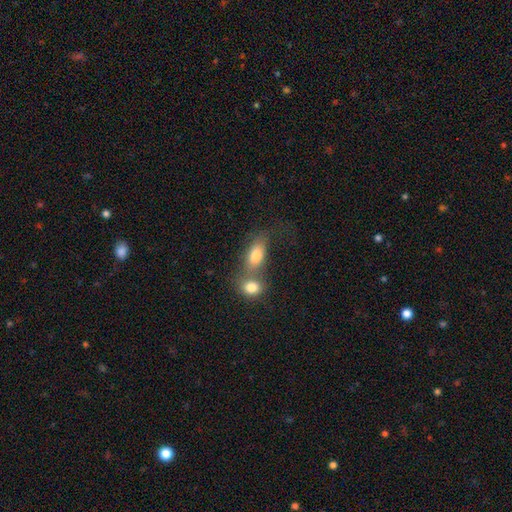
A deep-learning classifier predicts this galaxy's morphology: type=smooth (77%); roundness=in between (80%); merging=merger (55%).